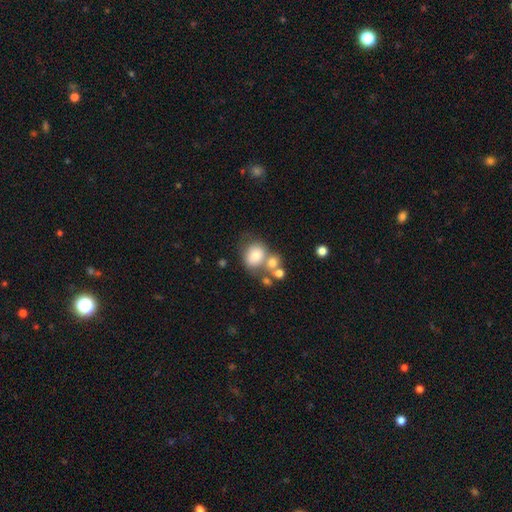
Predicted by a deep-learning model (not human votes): smooth-or-featured: smooth: 70% | featured or disk: 19% | star or artifact: 11%
  how-rounded: round: 63% | in between: 36% | cigar-shaped: 1%
  merging: none: 39% | merger: 37% | minor disturbance: 15% | major disturbance: 9%